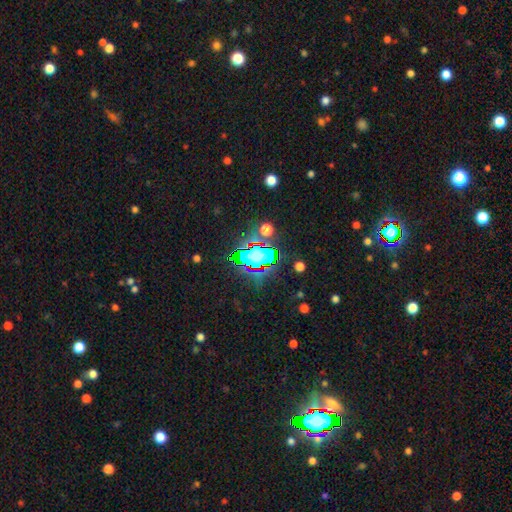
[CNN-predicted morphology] Smooth or featured: star or artifact — 57% (smooth — 28%)